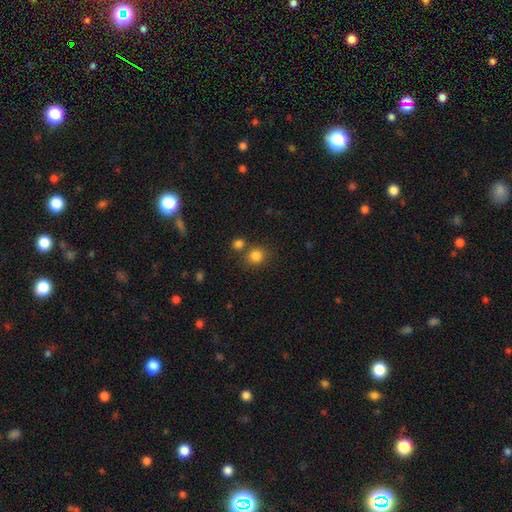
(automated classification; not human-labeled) smooth 83%, star or artifact 12%, featured or disk 5%. Down the decision tree: how rounded — round (80%); merging — none (70%).